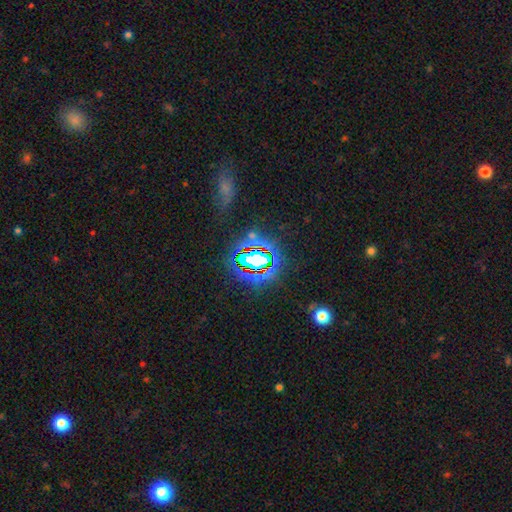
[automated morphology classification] type=star or artifact (70%).